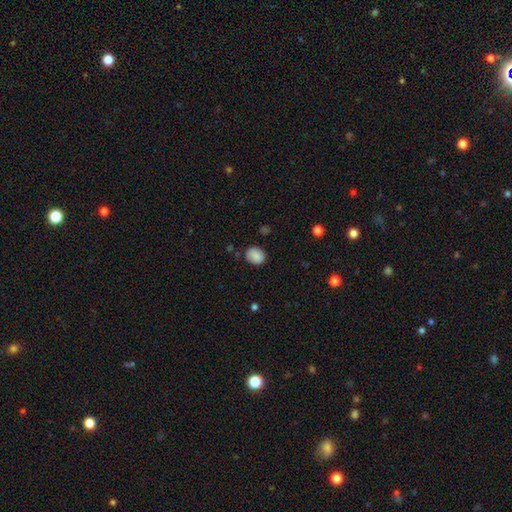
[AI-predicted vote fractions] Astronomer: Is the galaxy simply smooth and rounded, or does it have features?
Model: smooth — 86%.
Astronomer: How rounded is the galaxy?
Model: round — 55% (runner-up: in between, 44%).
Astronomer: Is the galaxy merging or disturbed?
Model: none — 78%.